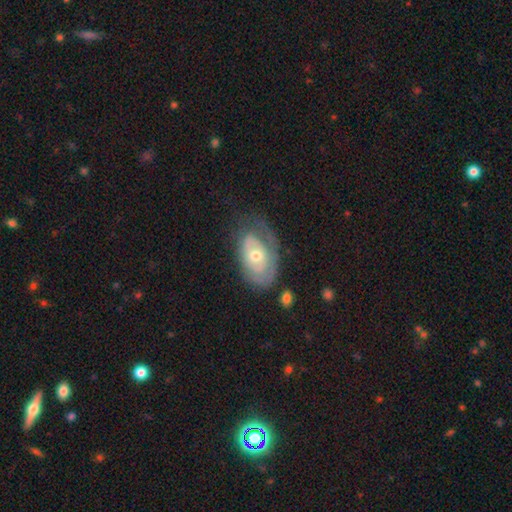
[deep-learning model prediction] A featured or disk galaxy (68%) with no bar (77%), spiral arms (62%) and a moderate central bulge (61%).

Vote fractions:
- Smooth or featured? featured or disk: 68% / smooth: 26% / star or artifact: 6%
- Edge-on disk? no: 94% / yes: 6%
- Bar? no: 77% / weak: 18% / strong: 4%
- Spiral arms? yes: 62% / no: 38%
- Bulge size? moderate: 61% / small: 33% / large: 4% / none: 1% / dominant: 1%
- Merging? none: 53% / minor disturbance: 27% / major disturbance: 18% / merger: 2%